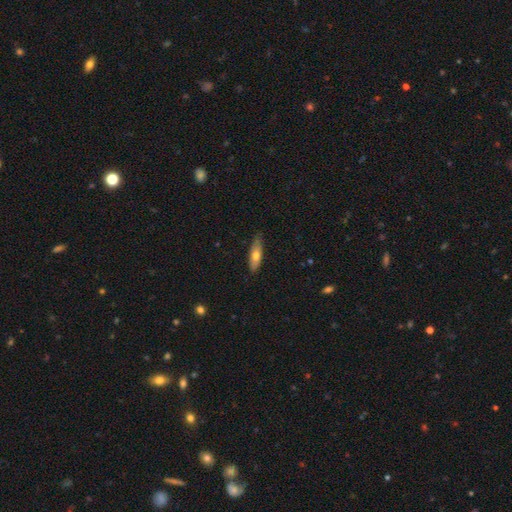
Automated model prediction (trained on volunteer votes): Smooth or featured? smooth (61%)
How rounded? cigar-shaped (55%)
Merging? none (81%)